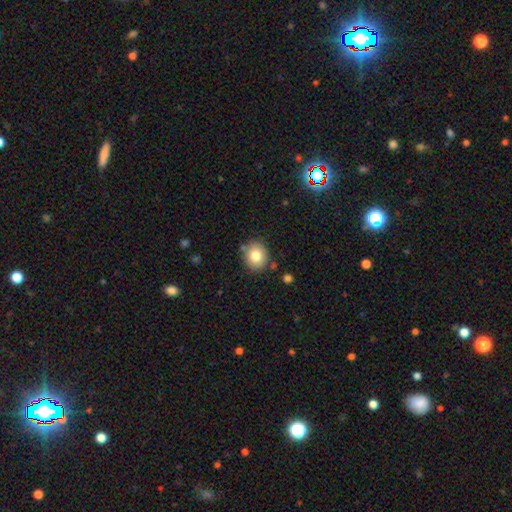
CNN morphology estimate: smooth 80%, star or artifact 10%, featured or disk 10%. Down the decision tree: how rounded — round (71%); merging — none (81%).